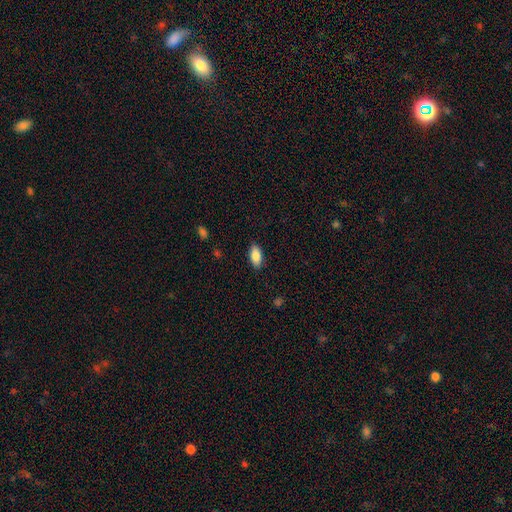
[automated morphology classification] This is clearly a smooth galaxy (86%). How rounded: clearly in between (90%). Merging: clearly none (87%).